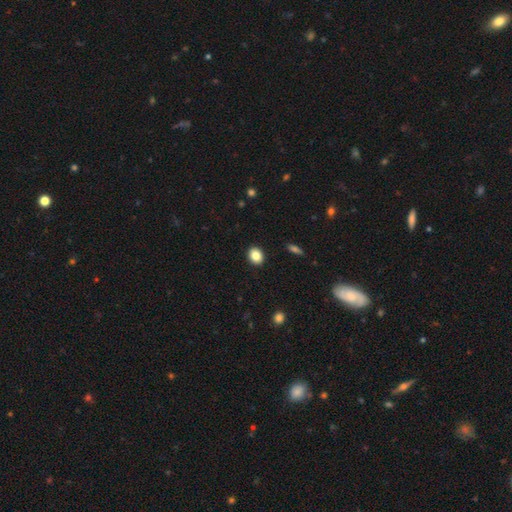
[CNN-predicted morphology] Smooth or featured: smooth — 84% (star or artifact — 9%)
How rounded: round — 57% (in between — 42%)
Merging: none — 91% (minor disturbance — 6%)